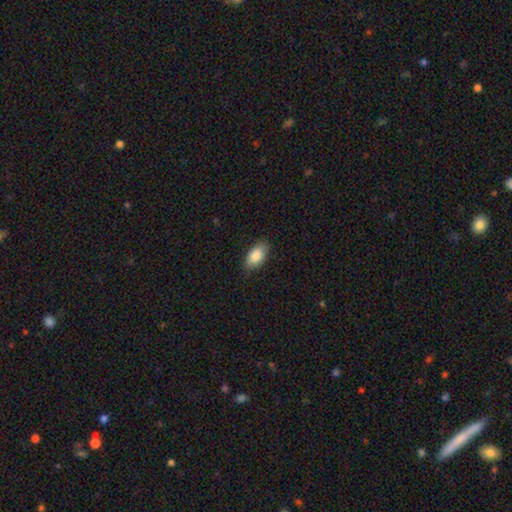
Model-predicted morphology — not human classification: type=smooth (86%); roundness=in between (92%); merging=none (84%).